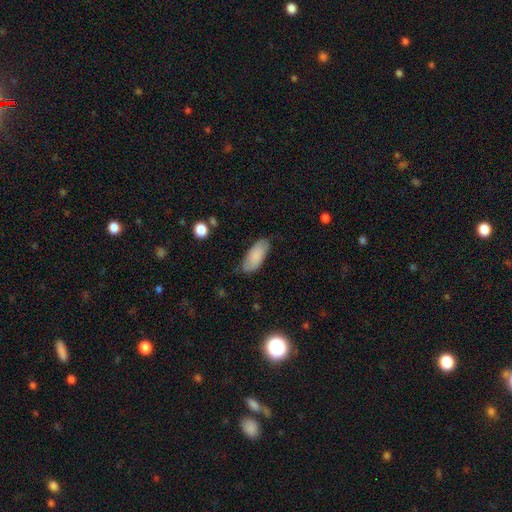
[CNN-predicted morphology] smooth_or_featured: smooth (p=0.81) [alt: featured or disk p=0.12]
how_rounded: in between (p=0.85) [alt: cigar-shaped p=0.13]
merging: none (p=0.74) [alt: minor disturbance p=0.20]